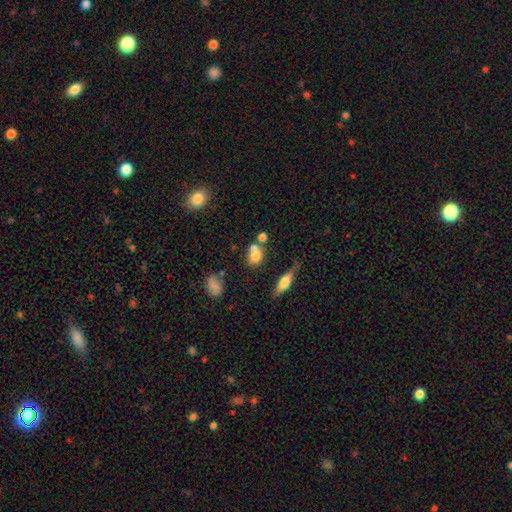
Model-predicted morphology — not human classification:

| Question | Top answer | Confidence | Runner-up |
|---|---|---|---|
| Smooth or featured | smooth | 70% | featured or disk (17%) |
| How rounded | in between | 49% | round (47%) |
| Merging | merger | 43% | none (37%) |